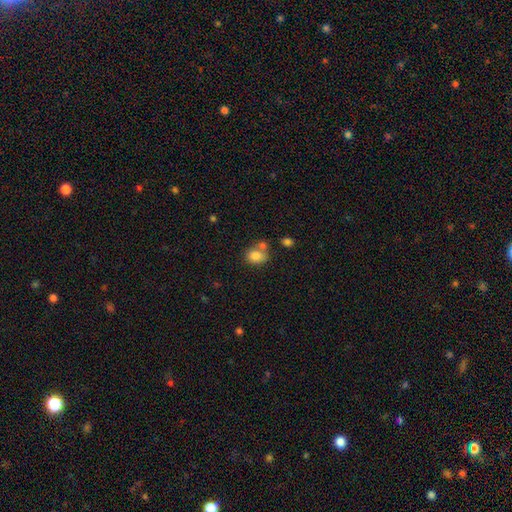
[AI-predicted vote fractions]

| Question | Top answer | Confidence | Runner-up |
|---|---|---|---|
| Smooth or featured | smooth | 82% | star or artifact (10%) |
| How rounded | in between | 57% | round (42%) |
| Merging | none | 48% | merger (31%) |